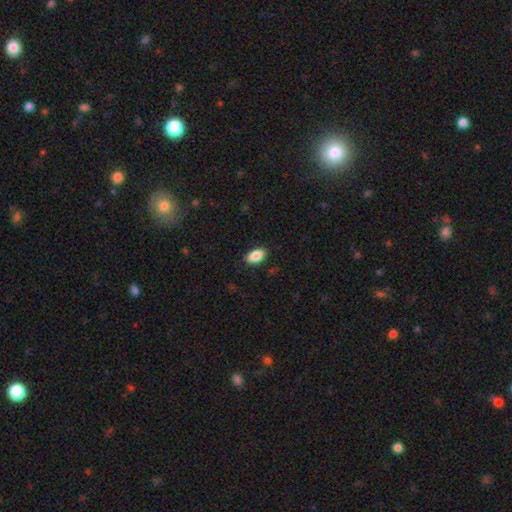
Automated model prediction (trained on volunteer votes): smooth_or_featured: smooth (p=0.88) [alt: star or artifact p=0.07]
how_rounded: in between (p=0.93) [alt: round p=0.04]
merging: none (p=0.88) [alt: minor disturbance p=0.09]